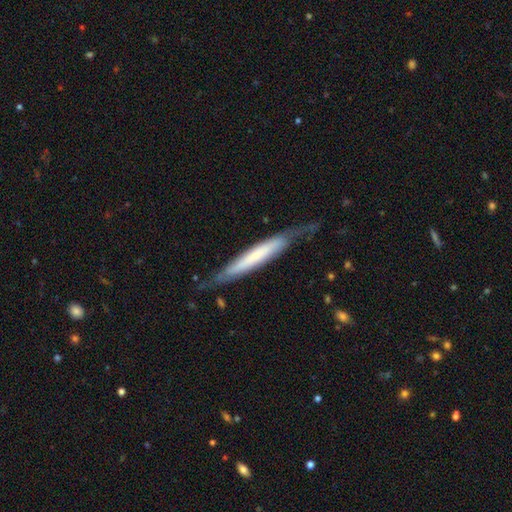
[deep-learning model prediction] Q: Smooth or featured?
A: featured or disk (52%); runner-up: smooth (43%)
Q: Edge-on disk?
A: yes (76%); runner-up: no (24%)
Q: Merging?
A: none (67%); runner-up: minor disturbance (23%)